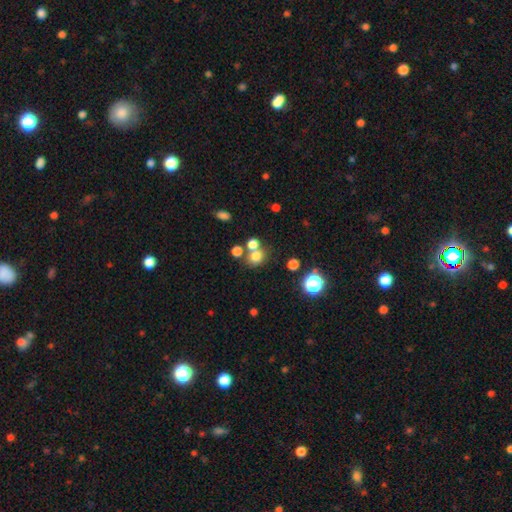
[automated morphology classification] Smooth or featured? smooth (73%)
How rounded? round (74%)
Merging? none (54%)